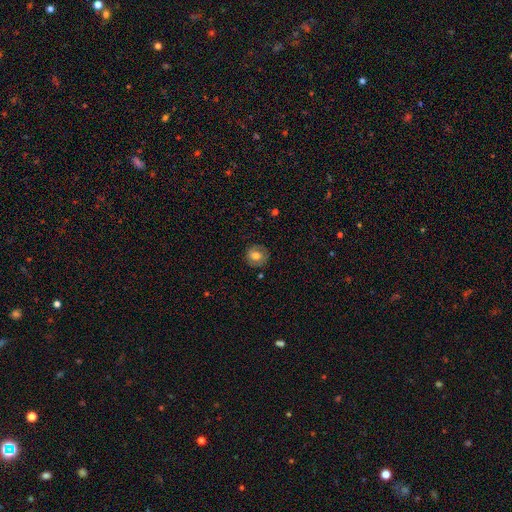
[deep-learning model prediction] This appears to be a smooth galaxy with no disk features (65%) that is round (89%). Merging: none (83%).